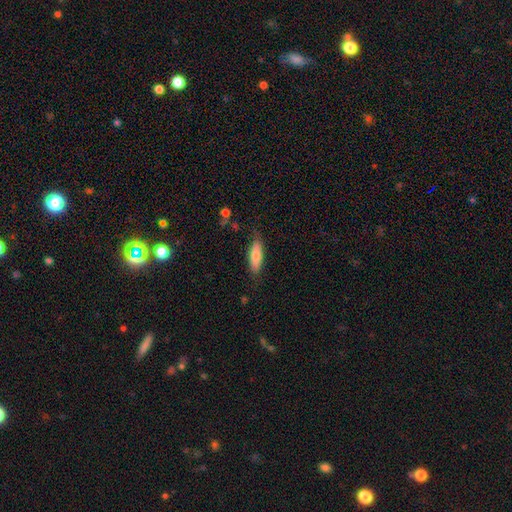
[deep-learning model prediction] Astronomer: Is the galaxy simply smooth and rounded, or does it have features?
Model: smooth — 78%.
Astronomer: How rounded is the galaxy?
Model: in between — 51% (runner-up: cigar-shaped, 47%).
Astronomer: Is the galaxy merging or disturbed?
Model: none — 77%.